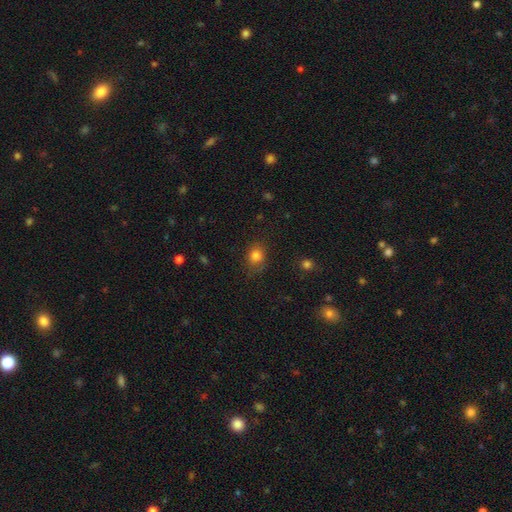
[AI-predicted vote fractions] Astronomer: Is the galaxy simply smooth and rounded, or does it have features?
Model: smooth — 81%.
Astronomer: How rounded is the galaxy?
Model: round — 57% (runner-up: in between, 42%).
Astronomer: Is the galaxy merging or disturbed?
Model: none — 76%.